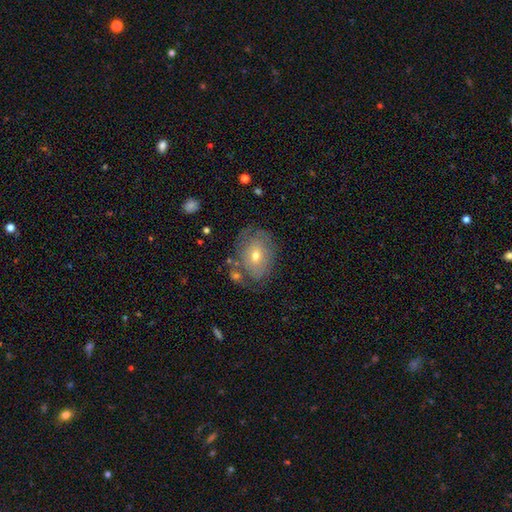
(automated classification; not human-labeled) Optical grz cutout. It shows a smooth galaxy with no disk features (49%). Merging: none (64%).